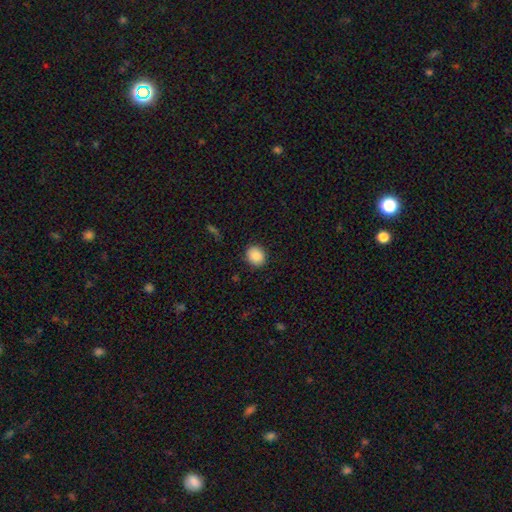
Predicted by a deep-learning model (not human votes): This is clearly a smooth galaxy (88%). How rounded: likely round (71%). Merging: clearly none (88%).